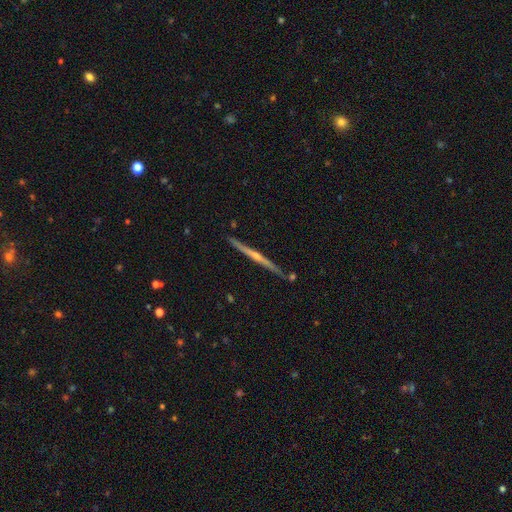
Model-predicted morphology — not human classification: This appears to be a featured or disk galaxy (80%) viewed edge-on (98%) with a rounded central bulge (73%). Merging: none (89%).